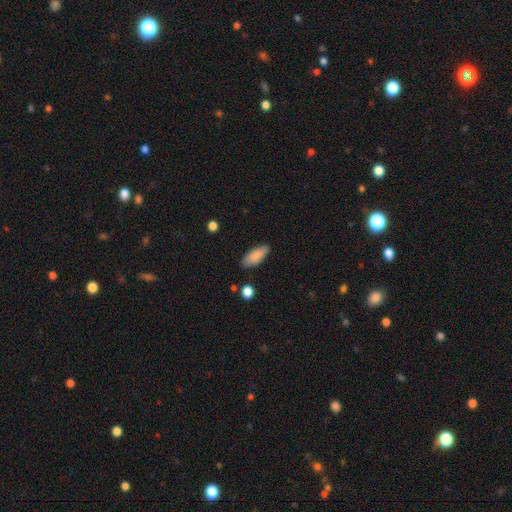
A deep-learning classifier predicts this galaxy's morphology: smooth-or-featured: smooth: 87% | featured or disk: 6% | star or artifact: 6%
  how-rounded: in between: 80% | cigar-shaped: 18% | round: 2%
  merging: none: 84% | minor disturbance: 12% | major disturbance: 2% | merger: 2%